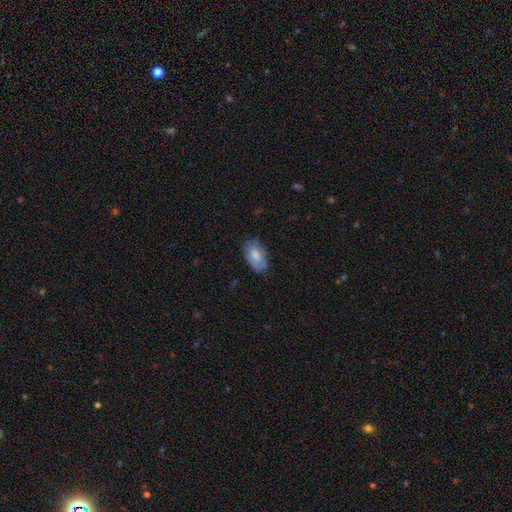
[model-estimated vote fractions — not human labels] Smooth or featured? smooth (73%)
How rounded? in between (93%)
Merging? none (72%)